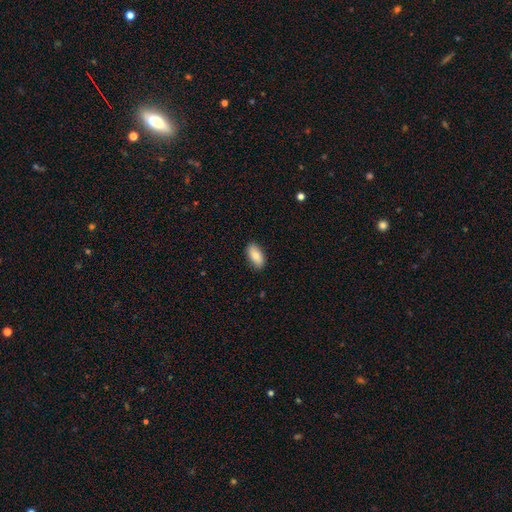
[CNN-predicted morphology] A smooth galaxy with no disk features (83%) that is in between round and cigar-shaped (91%). Merging: none (88%).